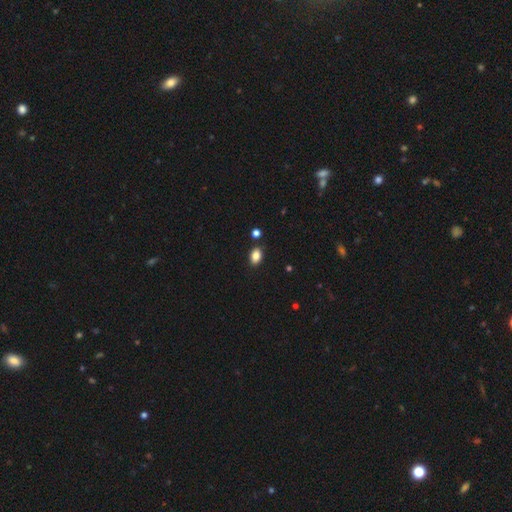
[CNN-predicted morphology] smooth-or-featured: smooth: 85% | star or artifact: 9% | featured or disk: 6%
  how-rounded: in between: 86% | round: 13% | cigar-shaped: 2%
  merging: none: 84% | minor disturbance: 10% | merger: 4% | major disturbance: 2%